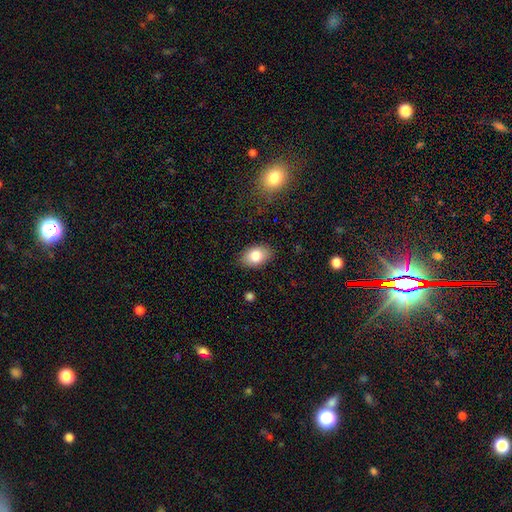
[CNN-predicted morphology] Q: Smooth or featured?
A: smooth (82%); runner-up: featured or disk (10%)
Q: How rounded?
A: in between (89%); runner-up: round (10%)
Q: Merging?
A: none (86%); runner-up: minor disturbance (10%)